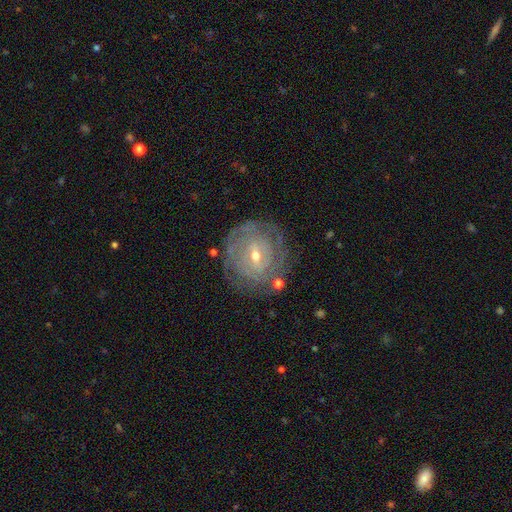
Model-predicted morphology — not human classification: Q: Smooth or featured?
A: featured or disk (83%); runner-up: smooth (11%)
Q: Edge-on disk?
A: no (97%); runner-up: yes (3%)
Q: Bar?
A: weak (54%); runner-up: no (28%)
Q: Spiral arms?
A: yes (90%); runner-up: no (10%)
Q: Spiral winding?
A: tight (80%); runner-up: medium (16%)
Q: Spiral arm count?
A: can't tell (46%); runner-up: 2 (18%)
Q: Bulge size?
A: small (52%); runner-up: moderate (45%)
Q: Merging?
A: none (77%); runner-up: minor disturbance (15%)